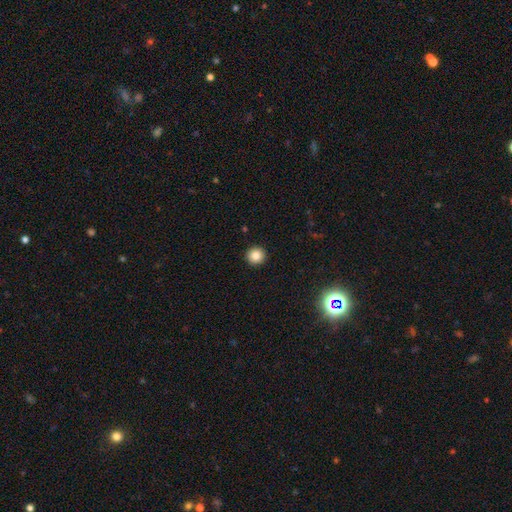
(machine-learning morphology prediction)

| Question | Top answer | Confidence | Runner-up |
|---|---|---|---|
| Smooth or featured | smooth | 85% | star or artifact (10%) |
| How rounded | round | 95% | in between (4%) |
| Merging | none | 93% | minor disturbance (4%) |